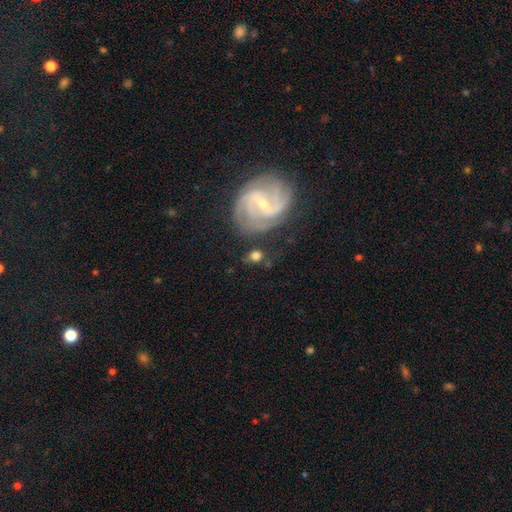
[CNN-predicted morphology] This appears to be a smooth galaxy with no disk features (45%, tied with featured or disk). Merging: none (70%).